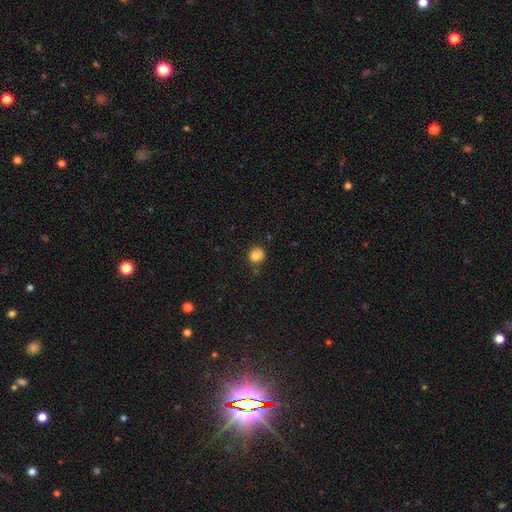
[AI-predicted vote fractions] smooth_or_featured: smooth (p=0.80) [alt: star or artifact p=0.11]
how_rounded: round (p=0.83) [alt: in between p=0.16]
merging: none (p=0.62) [alt: minor disturbance p=0.25]